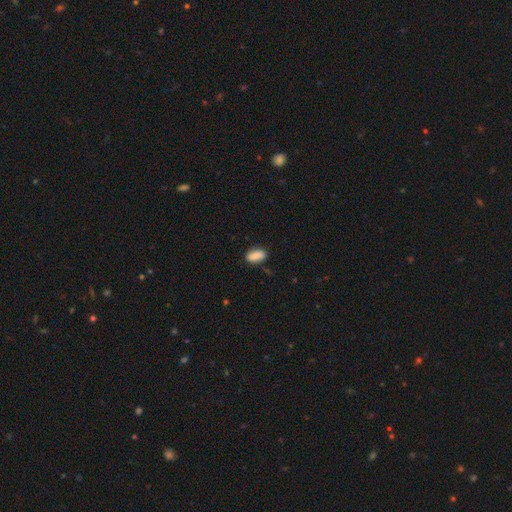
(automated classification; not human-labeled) Smooth or featured?
  - smooth: 85% *
  - star or artifact: 8%
  - featured or disk: 7%
How rounded?
  - in between: 87% *
  - cigar-shaped: 7%
  - round: 6%
Merging?
  - none: 77% *
  - minor disturbance: 17%
  - major disturbance: 3%
  - merger: 3%